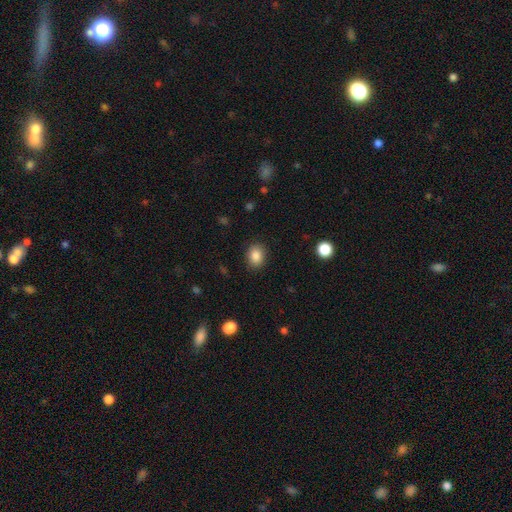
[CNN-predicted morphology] smooth_or_featured: smooth (p=0.86) [alt: star or artifact p=0.09]
how_rounded: in between (p=0.56) [alt: round p=0.43]
merging: none (p=0.88) [alt: minor disturbance p=0.09]